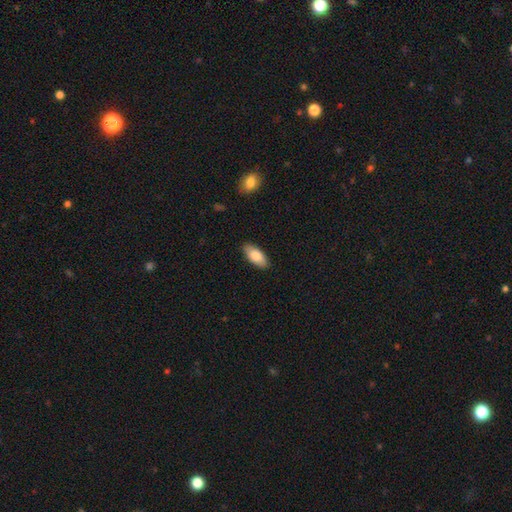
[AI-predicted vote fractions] Q: Smooth or featured?
A: smooth (83%); runner-up: featured or disk (11%)
Q: How rounded?
A: in between (89%); runner-up: cigar-shaped (9%)
Q: Merging?
A: none (88%); runner-up: minor disturbance (9%)